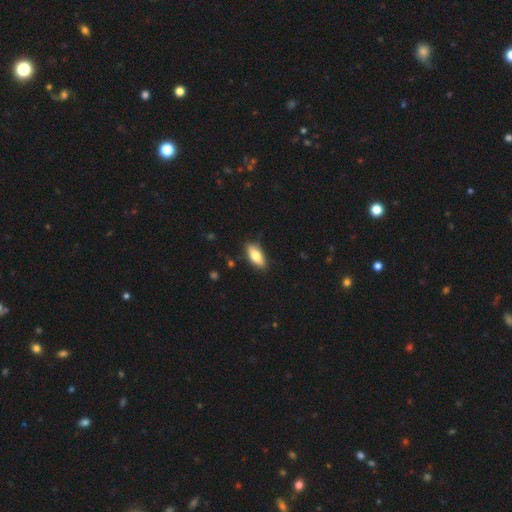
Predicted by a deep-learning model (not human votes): A smooth galaxy with no disk features (75%) that is in between round and cigar-shaped (81%).

Vote fractions:
- Smooth or featured? smooth: 75% / featured or disk: 18% / star or artifact: 6%
- How rounded? in between: 81% / cigar-shaped: 16% / round: 3%
- Merging? none: 85% / minor disturbance: 12% / major disturbance: 2% / merger: 1%